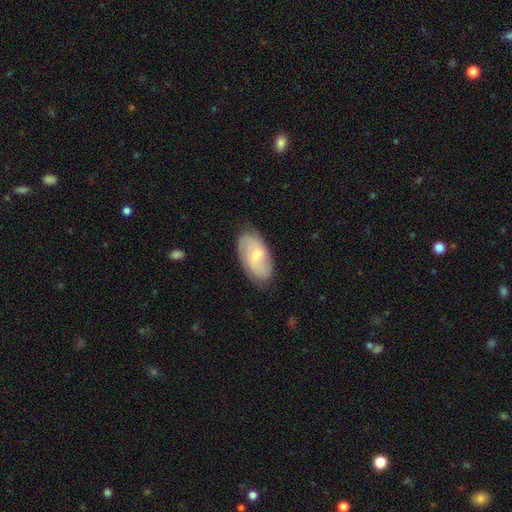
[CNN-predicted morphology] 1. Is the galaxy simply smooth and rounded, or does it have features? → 56% featured or disk, 38% smooth, 6% star or artifact.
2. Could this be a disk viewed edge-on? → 95% no, 5% yes.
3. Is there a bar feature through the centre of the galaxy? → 56% weak, 32% no, 12% strong.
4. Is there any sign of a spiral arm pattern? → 86% yes, 14% no.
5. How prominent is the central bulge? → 47% small, 42% moderate, 6% none, 3% large, 1% dominant.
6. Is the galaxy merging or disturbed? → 78% none, 17% minor disturbance, 4% major disturbance, 1% merger.